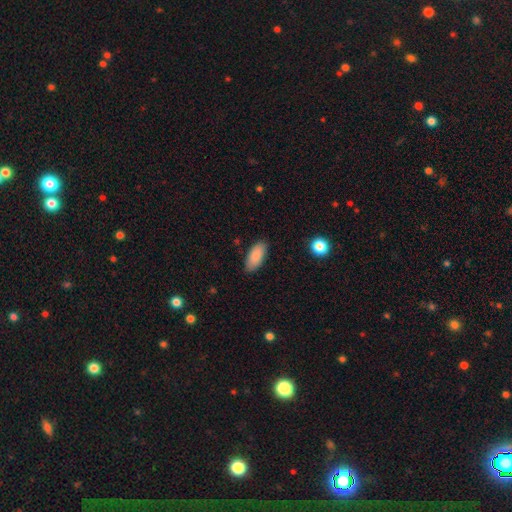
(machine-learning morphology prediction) type=smooth (87%); roundness=in between (88%); merging=none (85%).